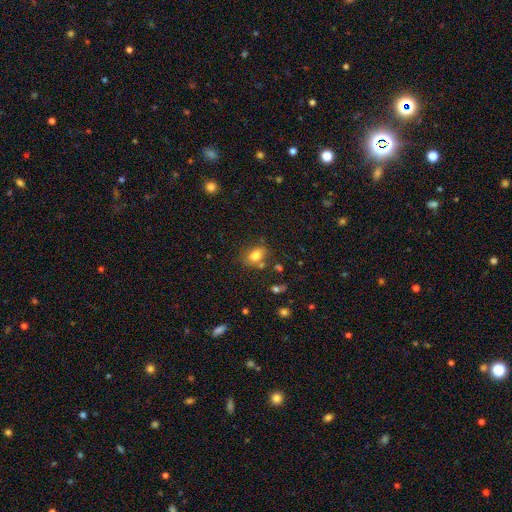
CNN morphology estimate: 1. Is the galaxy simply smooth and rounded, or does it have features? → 79% smooth, 11% star or artifact, 10% featured or disk.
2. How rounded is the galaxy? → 73% in between, 25% round, 2% cigar-shaped.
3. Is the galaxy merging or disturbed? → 66% none, 16% minor disturbance, 13% merger, 5% major disturbance.